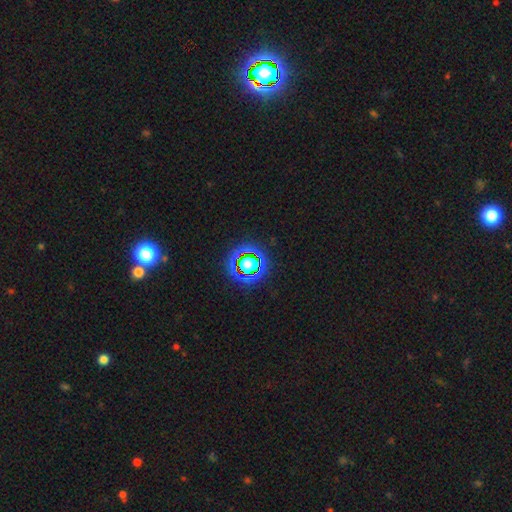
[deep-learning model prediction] star or artifact 75%, smooth 15%, featured or disk 9%.